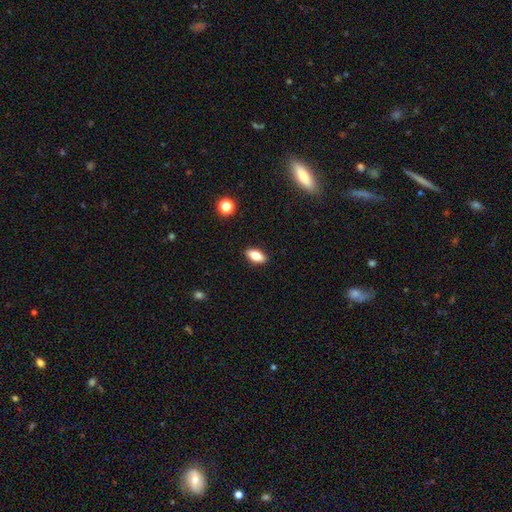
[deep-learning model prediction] smooth_or_featured: smooth (p=0.76) [alt: featured or disk p=0.16]
how_rounded: in between (p=0.85) [alt: cigar-shaped p=0.11]
merging: none (p=0.89) [alt: minor disturbance p=0.08]